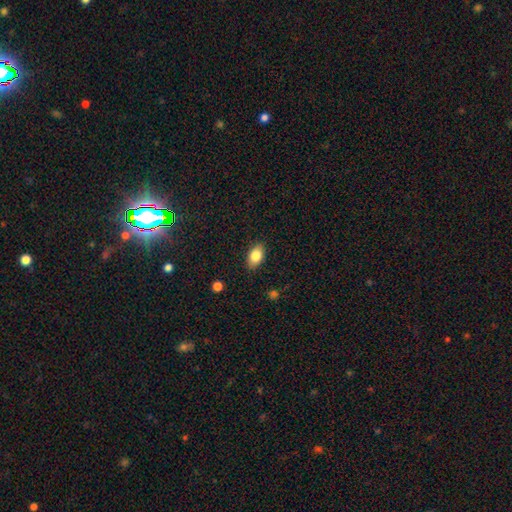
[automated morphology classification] smooth-or-featured: smooth: 83% | featured or disk: 9% | star or artifact: 8%
  how-rounded: in between: 89% | round: 9% | cigar-shaped: 2%
  merging: none: 86% | minor disturbance: 10% | major disturbance: 2% | merger: 1%